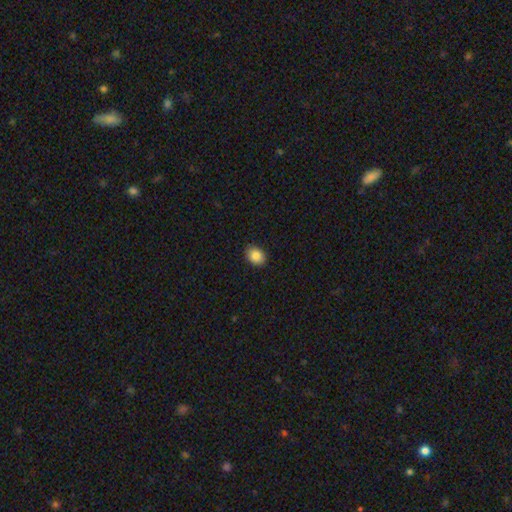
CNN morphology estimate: Q: Smooth or featured?
A: smooth (87%); runner-up: star or artifact (8%)
Q: How rounded?
A: in between (61%); runner-up: round (38%)
Q: Merging?
A: none (89%); runner-up: minor disturbance (8%)